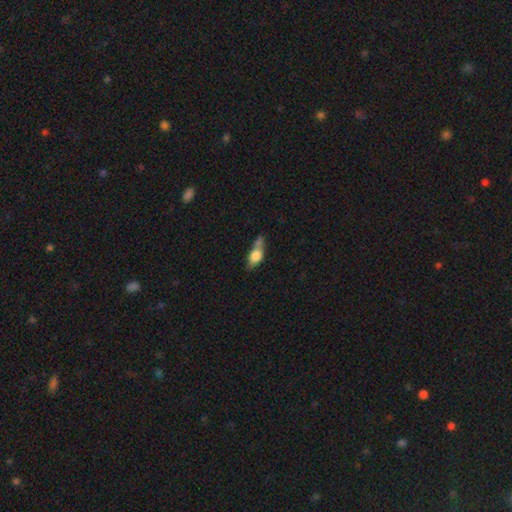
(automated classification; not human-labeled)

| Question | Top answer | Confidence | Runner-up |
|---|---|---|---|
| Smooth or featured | smooth | 64% | featured or disk (27%) |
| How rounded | in between | 65% | cigar-shaped (23%) |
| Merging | none | 36% | merger (27%) |